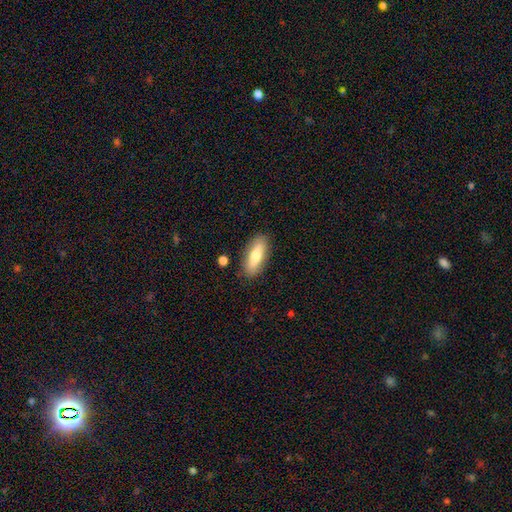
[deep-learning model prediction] smooth_or_featured: smooth (p=0.70) [alt: featured or disk p=0.23]
how_rounded: in between (p=0.66) [alt: cigar-shaped p=0.31]
merging: none (p=0.85) [alt: minor disturbance p=0.10]